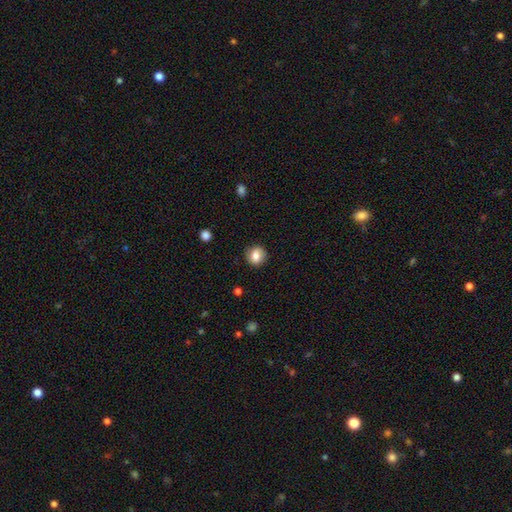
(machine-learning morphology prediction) type=smooth (78%); roundness=round (84%); merging=none (86%).